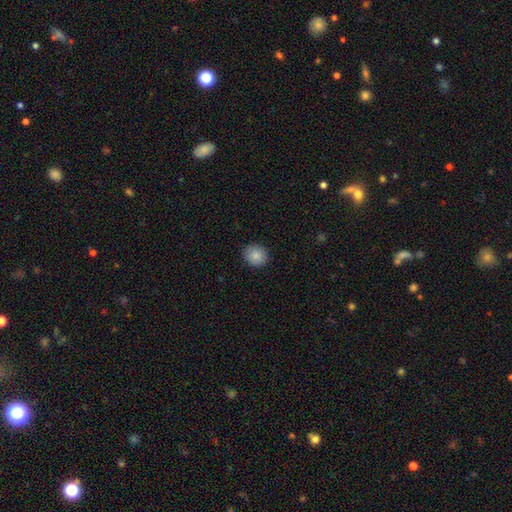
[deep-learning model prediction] Smooth or featured: smooth — 87% (star or artifact — 8%)
How rounded: round — 76% (in between — 23%)
Merging: none — 90% (minor disturbance — 7%)